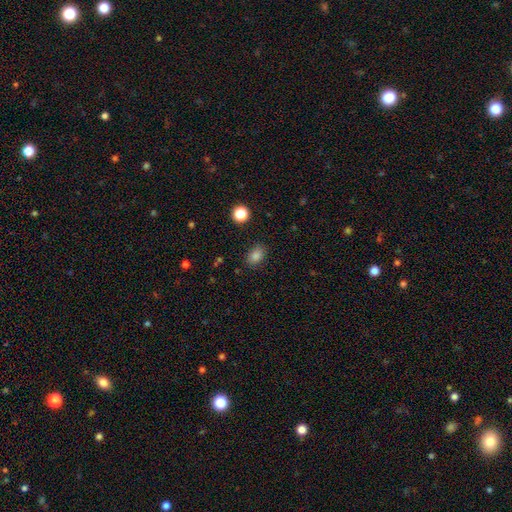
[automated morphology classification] Smooth or featured? Predicted: smooth (p=0.84). How rounded? Predicted: in between (p=0.79). Merging? Predicted: none (p=0.83).